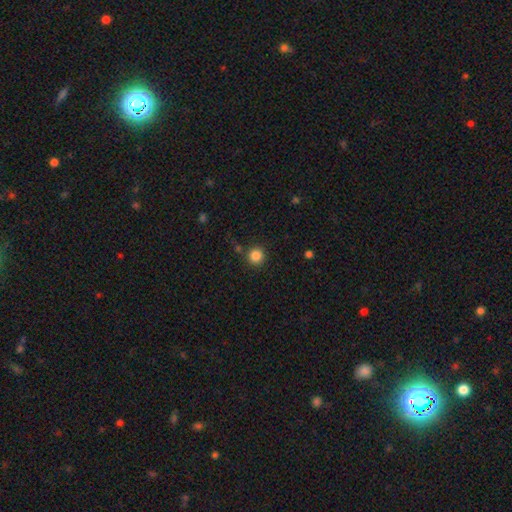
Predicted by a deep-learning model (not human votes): This appears to be a smooth galaxy with no disk features (85%) that is round (94%). Merging: none (86%).